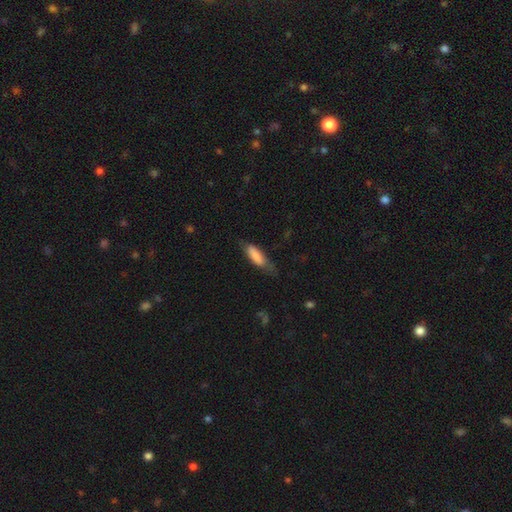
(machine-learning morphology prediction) smooth_or_featured: smooth (p=0.80) [alt: featured or disk p=0.15]
how_rounded: in between (p=0.53) [alt: cigar-shaped p=0.46]
merging: none (p=0.57) [alt: minor disturbance p=0.31]